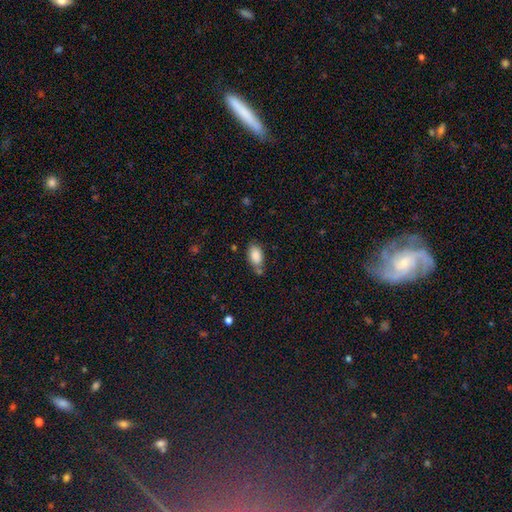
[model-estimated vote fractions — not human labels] This appears to be a smooth galaxy with no disk features (87%) that is in between round and cigar-shaped (93%). Merging: none (62%).